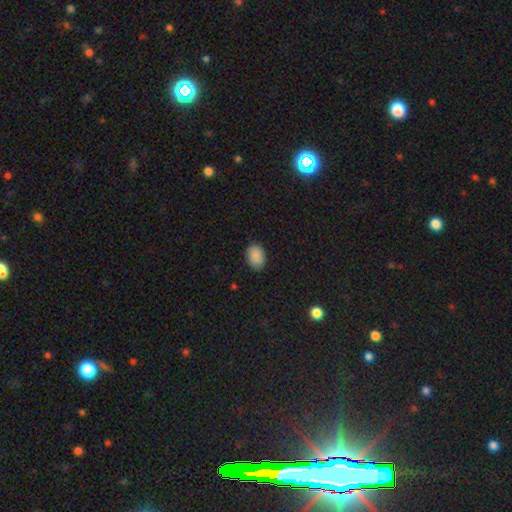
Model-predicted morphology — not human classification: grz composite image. It shows a smooth galaxy with no disk features (89%) that is in between round and cigar-shaped (78%). Merging: none (84%).